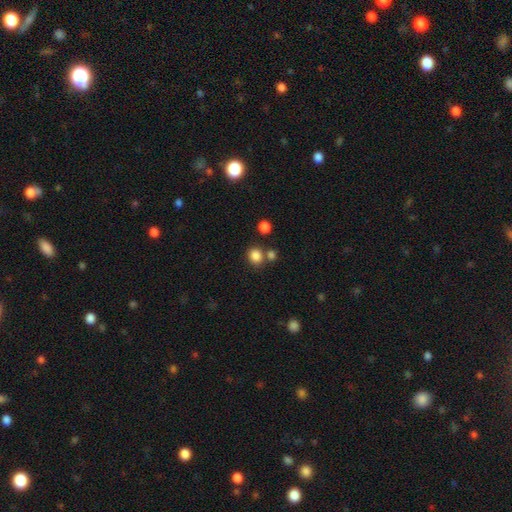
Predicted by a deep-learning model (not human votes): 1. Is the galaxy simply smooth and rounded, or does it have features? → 84% smooth, 11% star or artifact, 5% featured or disk.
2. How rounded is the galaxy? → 71% round, 28% in between, 1% cigar-shaped.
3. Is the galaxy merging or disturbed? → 68% none, 18% merger, 10% minor disturbance, 4% major disturbance.